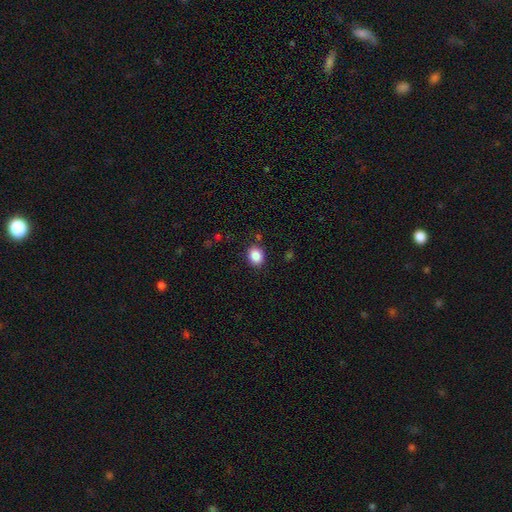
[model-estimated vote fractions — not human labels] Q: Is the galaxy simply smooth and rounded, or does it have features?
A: smooth — 87%.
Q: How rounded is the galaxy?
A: round — 50%.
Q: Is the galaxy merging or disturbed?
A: none — 85%.